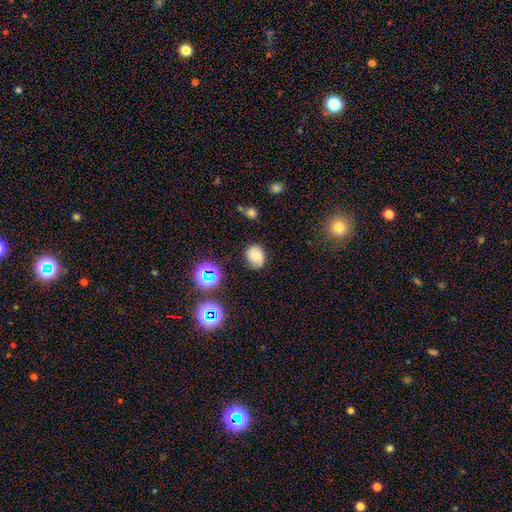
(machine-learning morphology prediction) Q: Smooth or featured?
A: smooth (73%); runner-up: star or artifact (15%)
Q: How rounded?
A: in between (56%); runner-up: round (43%)
Q: Merging?
A: none (75%); runner-up: minor disturbance (19%)